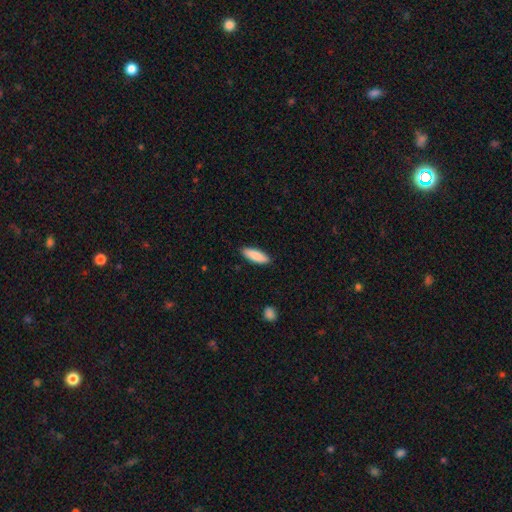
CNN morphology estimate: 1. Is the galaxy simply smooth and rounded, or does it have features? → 87% smooth, 7% featured or disk, 5% star or artifact.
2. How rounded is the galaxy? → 54% in between, 44% cigar-shaped, 2% round.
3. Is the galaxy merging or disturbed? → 89% none, 8% minor disturbance, 2% major disturbance, 1% merger.